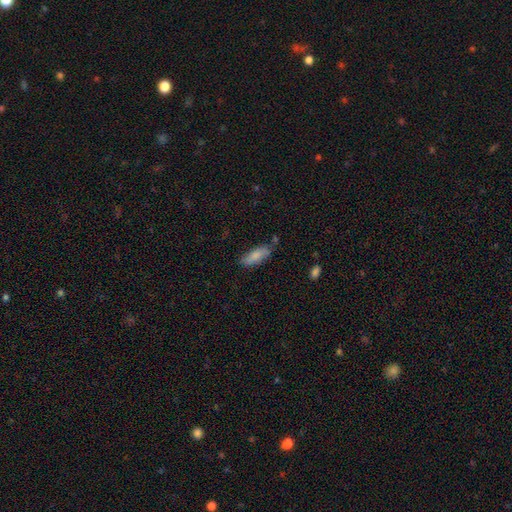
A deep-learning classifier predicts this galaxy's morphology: Smooth or featured? Predicted: smooth (p=0.81). How rounded? Predicted: in between (p=0.60). Merging? Predicted: none (p=0.73).